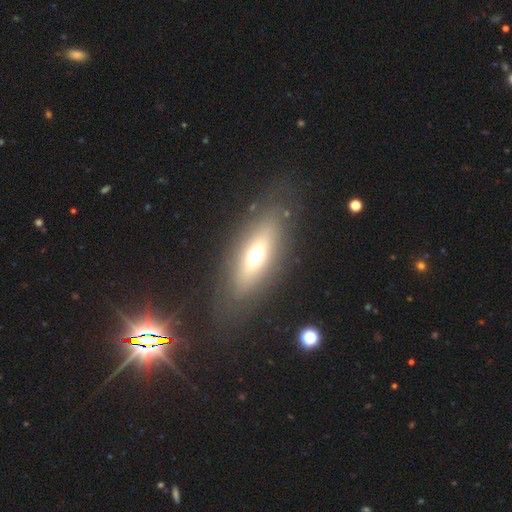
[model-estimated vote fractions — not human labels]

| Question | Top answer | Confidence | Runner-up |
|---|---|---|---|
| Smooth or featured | smooth | 51% | featured or disk (36%) |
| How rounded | in between | 66% | cigar-shaped (26%) |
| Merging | none | 79% | minor disturbance (11%) |